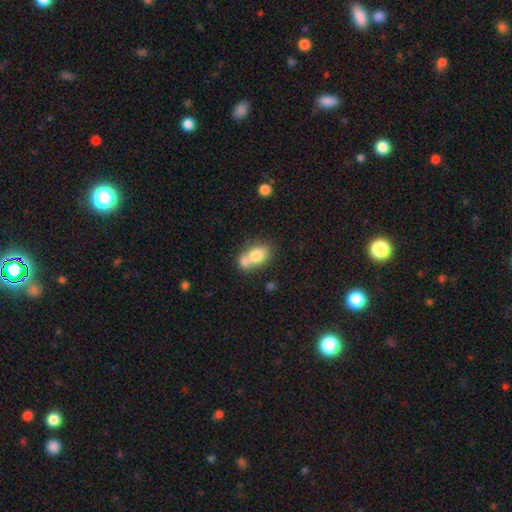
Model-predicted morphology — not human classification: Smooth or featured: smooth — 76% (featured or disk — 16%)
How rounded: in between — 71% (round — 27%)
Merging: merger — 53% (none — 32%)